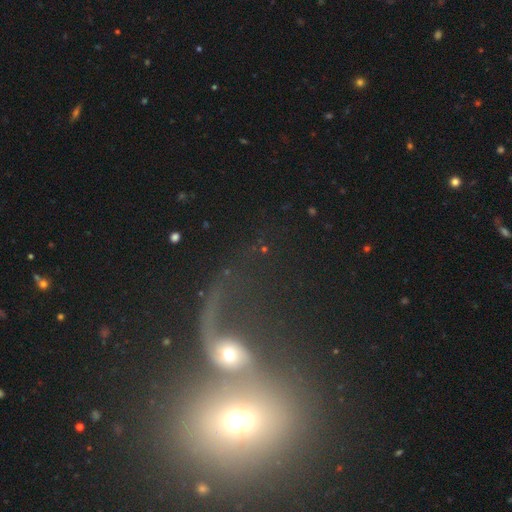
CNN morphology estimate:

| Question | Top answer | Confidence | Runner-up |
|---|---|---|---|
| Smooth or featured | featured or disk | 45% | smooth (34%) |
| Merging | merger | 61% | none (16%) |